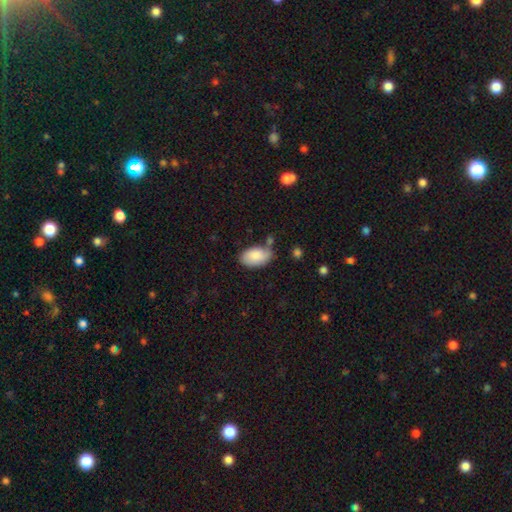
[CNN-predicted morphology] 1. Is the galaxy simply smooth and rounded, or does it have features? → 84% smooth, 9% featured or disk, 6% star or artifact.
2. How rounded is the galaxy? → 94% in between, 5% round, 1% cigar-shaped.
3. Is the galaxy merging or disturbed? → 58% none, 26% minor disturbance, 10% merger, 7% major disturbance.